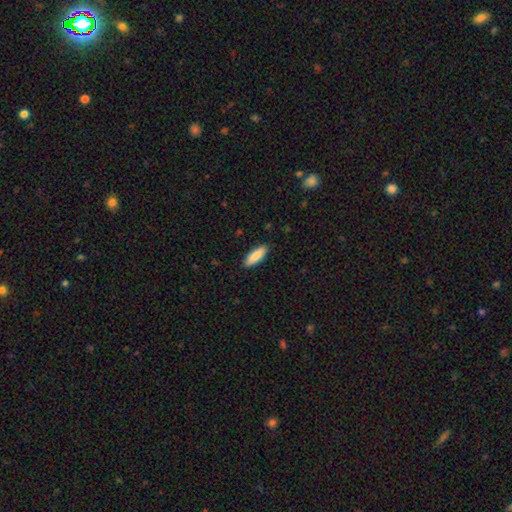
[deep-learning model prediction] Morphology: type=smooth (87%); roundness=in between (56%); merging=none (90%).